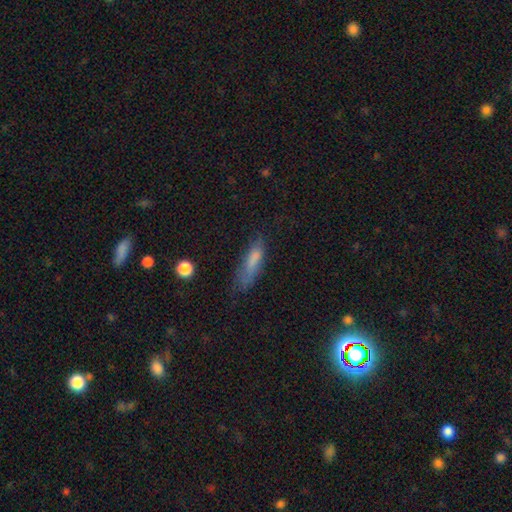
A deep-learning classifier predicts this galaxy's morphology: smooth_or_featured: smooth (p=0.70) [alt: featured or disk p=0.18]
how_rounded: cigar-shaped (p=0.69) [alt: in between p=0.29]
merging: none (p=0.55) [alt: minor disturbance p=0.28]